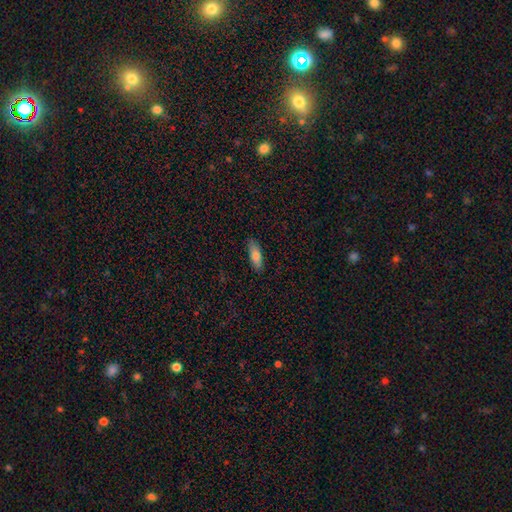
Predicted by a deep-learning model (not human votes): Smooth or featured: smooth — 79% (featured or disk — 14%)
How rounded: in between — 65% (cigar-shaped — 33%)
Merging: none — 87% (minor disturbance — 10%)